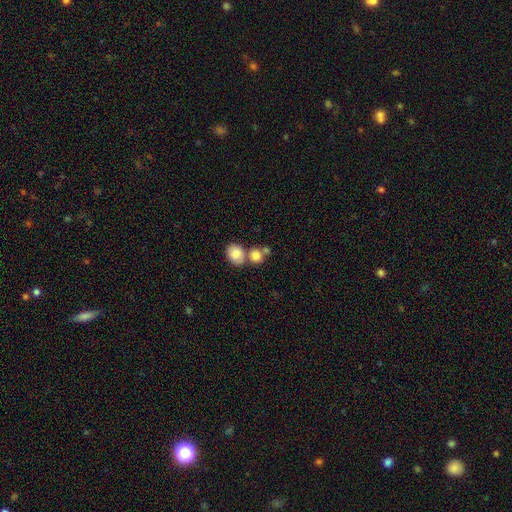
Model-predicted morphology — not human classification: This is clearly a smooth galaxy (82%). How rounded: likely round (73%). Merging: possibly none (45%).